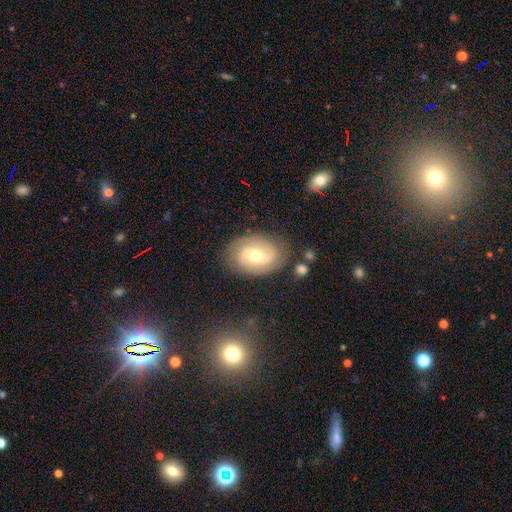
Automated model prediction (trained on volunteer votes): Smooth or featured? featured or disk (69%)
Edge-on disk? no (96%)
Bar? weak (45%)
Spiral arms? yes (88%)
Spiral winding? medium (44%)
Spiral arm count? 2 (81%)
Bulge size? moderate (61%)
Merging? none (81%)